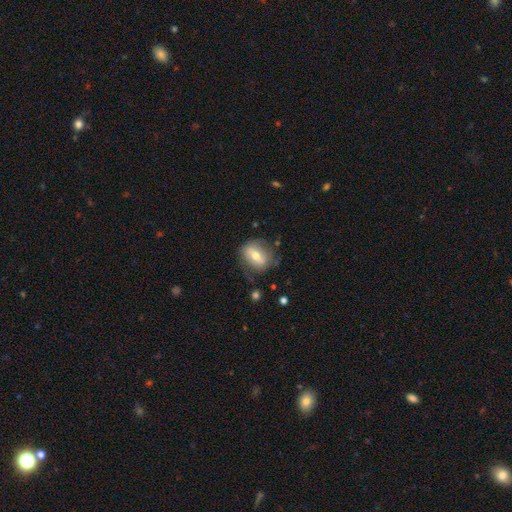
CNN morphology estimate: A smooth galaxy with no disk features (55%) that is in between round and cigar-shaped (64%). Merging: none (71%).